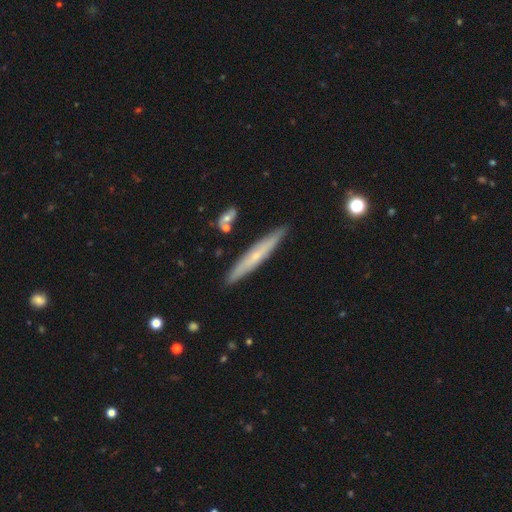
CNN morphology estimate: Smooth or featured: featured or disk — 49% (smooth — 45%)
Merging: none — 89% (minor disturbance — 8%)